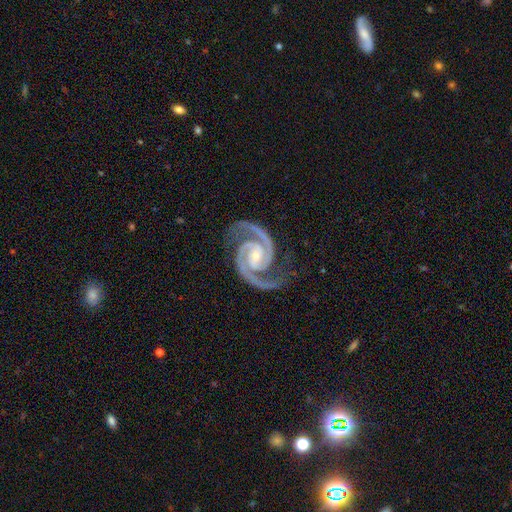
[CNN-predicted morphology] A featured or disk galaxy (95%) with no bar (57%), 2 (93%) medium (48%) spiral arms (99%) and a small central bulge (68%).

Vote fractions:
- Smooth or featured? featured or disk: 95% / star or artifact: 3% / smooth: 2%
- Edge-on disk? no: 98% / yes: 2%
- Bar? no: 57% / weak: 28% / strong: 15%
- Spiral arms? yes: 99% / no: 1%
- Spiral winding? medium: 48% / tight: 47% / loose: 5%
- Spiral arm count? 2: 93% / 3: 3% / can't tell: 1% / 1: 1% / 4: 1% / more than 4: 1%
- Bulge size? small: 68% / moderate: 28% / none: 2% / large: 1% / dominant: 1%
- Merging? none: 82% / minor disturbance: 13% / major disturbance: 4% / merger: 1%